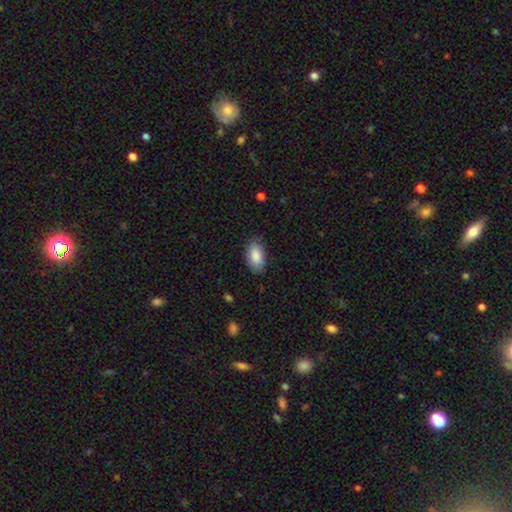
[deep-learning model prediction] smooth_or_featured: smooth (p=0.88) [alt: featured or disk p=0.06]
how_rounded: in between (p=0.94) [alt: round p=0.03]
merging: none (p=0.81) [alt: minor disturbance p=0.15]